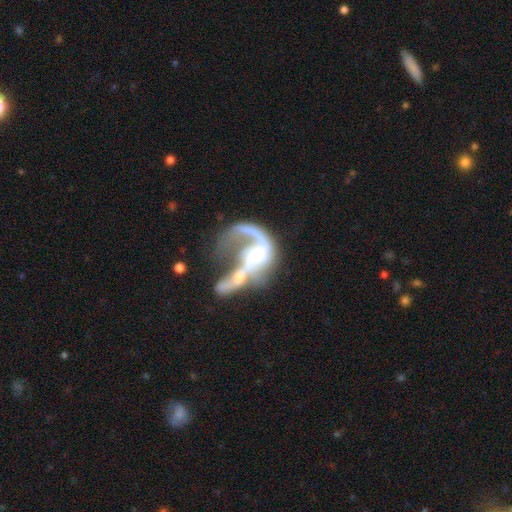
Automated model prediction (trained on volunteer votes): Morphology: type=featured or disk (77%); edge-on=no (96%); bar=no (53%); spiral arms=yes (79%); winding=loose (66%); arm count=1 (54%); bulge=moderate (50%); merging=merger (62%).